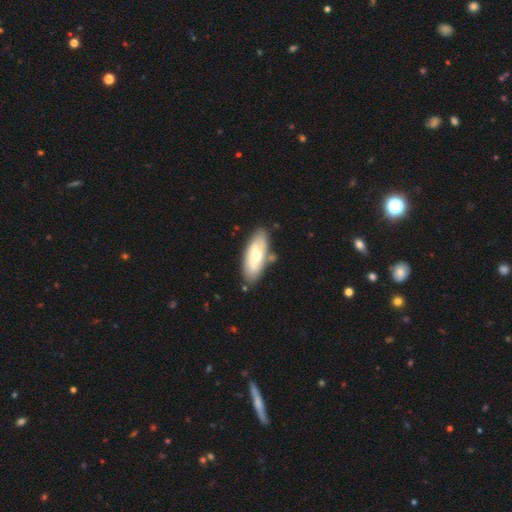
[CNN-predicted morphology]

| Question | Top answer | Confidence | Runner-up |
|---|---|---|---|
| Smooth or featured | smooth | 56% | featured or disk (39%) |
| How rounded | in between | 75% | cigar-shaped (24%) |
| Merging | none | 74% | minor disturbance (15%) |